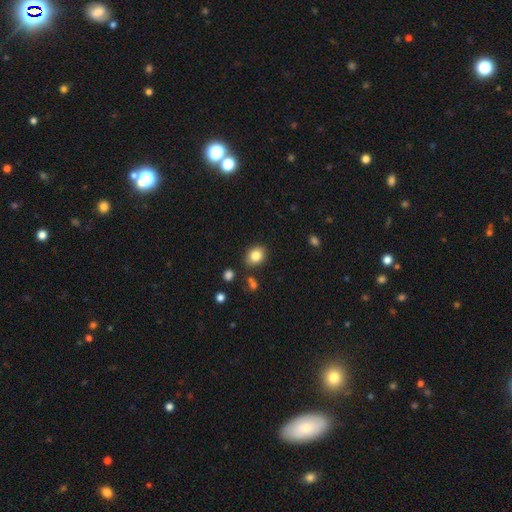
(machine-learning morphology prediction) smooth 83%, star or artifact 10%, featured or disk 7%. Down the decision tree: how rounded — round (50%); merging — none (82%).